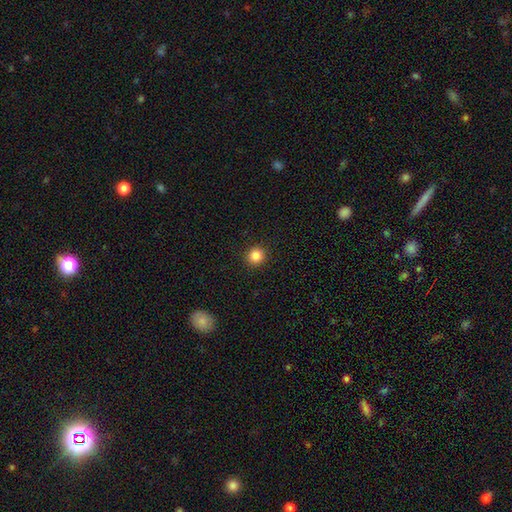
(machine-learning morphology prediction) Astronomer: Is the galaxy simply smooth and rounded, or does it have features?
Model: smooth — 86%.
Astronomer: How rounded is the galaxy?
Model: round — 93%.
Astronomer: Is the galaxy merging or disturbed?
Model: none — 92%.